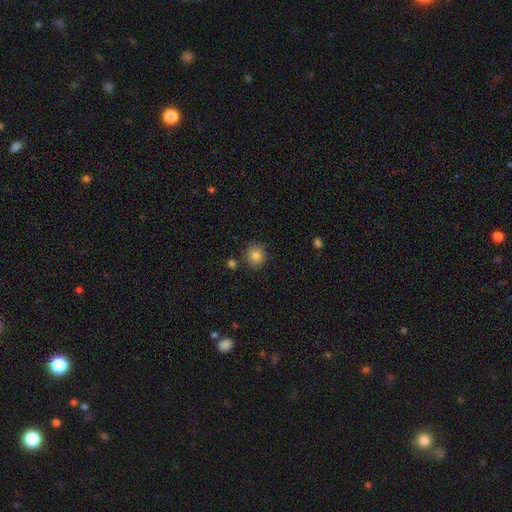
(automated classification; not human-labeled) This is clearly a smooth galaxy (85%). How rounded: clearly round (91%). Merging: clearly none (84%).